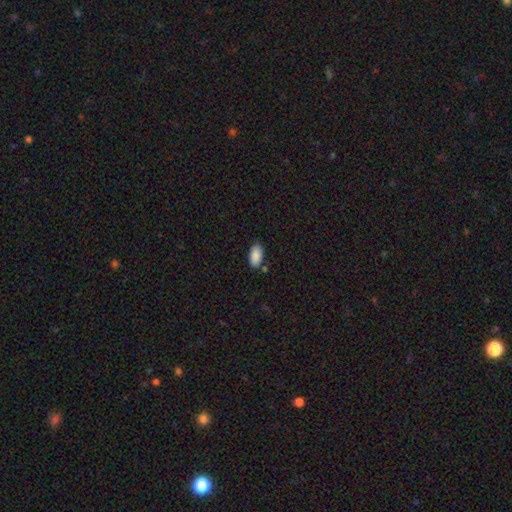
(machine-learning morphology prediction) A smooth galaxy with no disk features (89%) that is in between round and cigar-shaped (94%). Merging: none (79%).